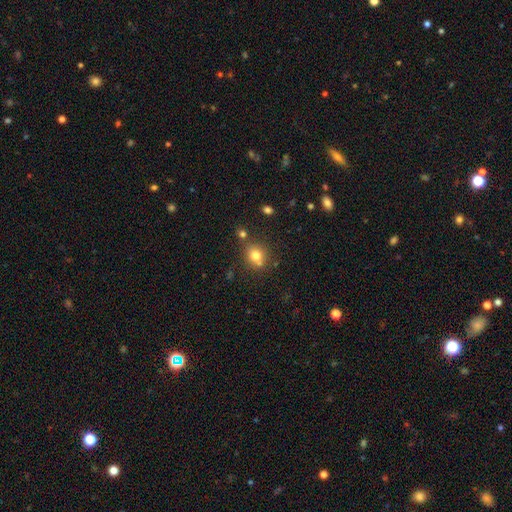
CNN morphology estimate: This appears to be a smooth galaxy with no disk features (75%) that is round (75%). Merging: none (65%).